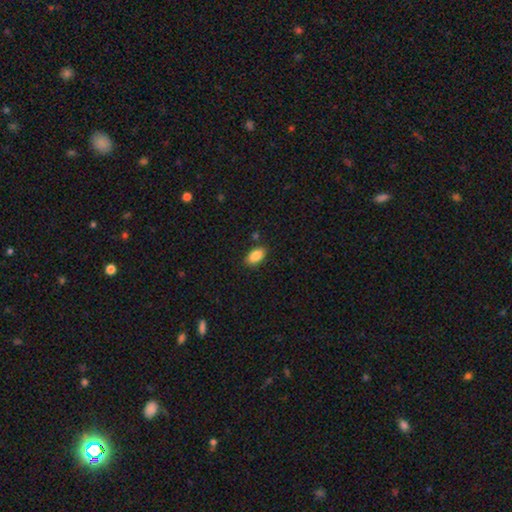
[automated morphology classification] Smooth or featured? Predicted: smooth (p=0.88). How rounded? Predicted: in between (p=0.93). Merging? Predicted: none (p=0.85).